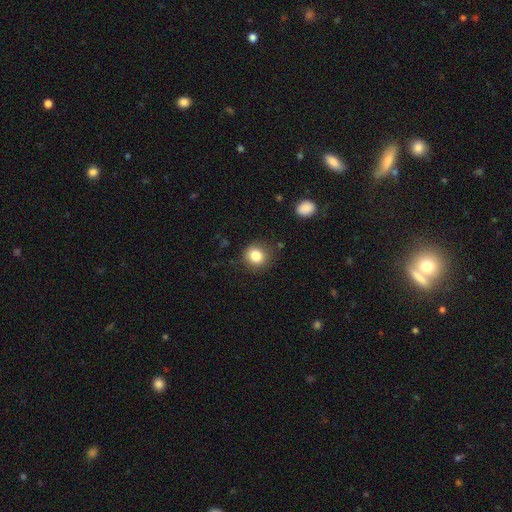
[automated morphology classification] smooth 84%, star or artifact 10%, featured or disk 6%. Down the decision tree: how rounded — round (82%); merging — none (84%).